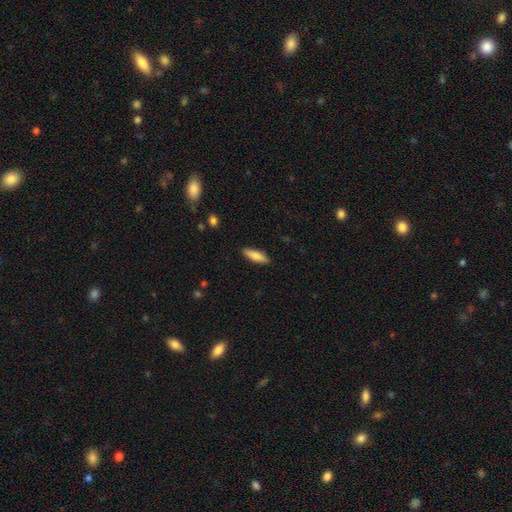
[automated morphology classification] This is likely a smooth galaxy (79%). How rounded: possibly cigar-shaped (52%). Merging: clearly none (89%).